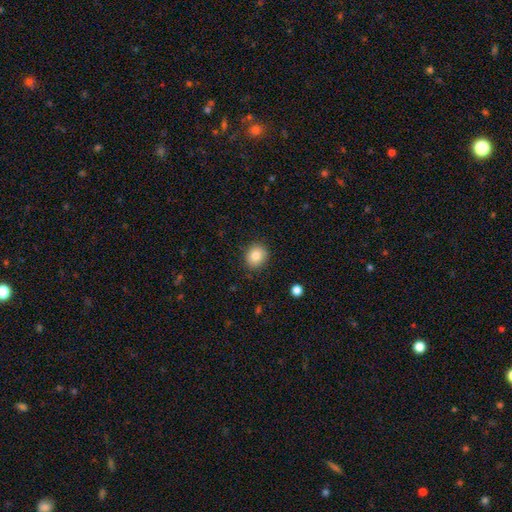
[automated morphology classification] Overall: smooth (84%). How rounded: round (77%). Merging: none (87%).